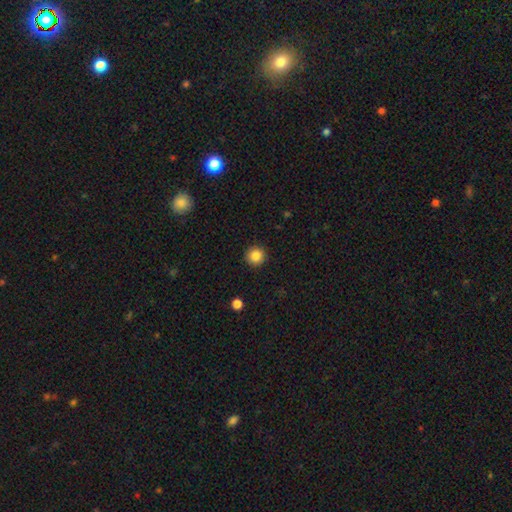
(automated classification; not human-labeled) This appears to be a smooth galaxy with no disk features (86%) that is round (96%). Merging: none (92%).